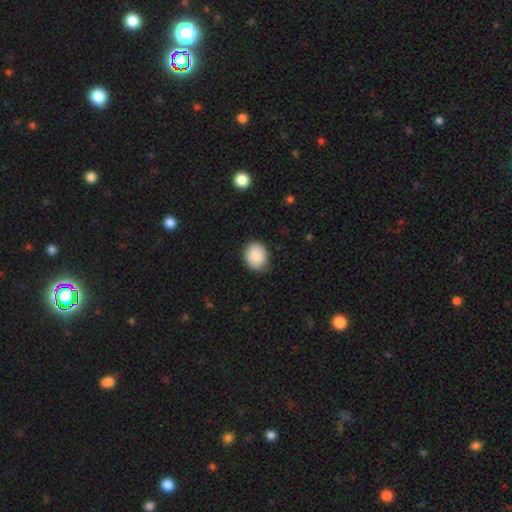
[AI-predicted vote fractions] Overall: smooth (87%). How rounded: round (60%; in between 40%). Merging: none (77%).